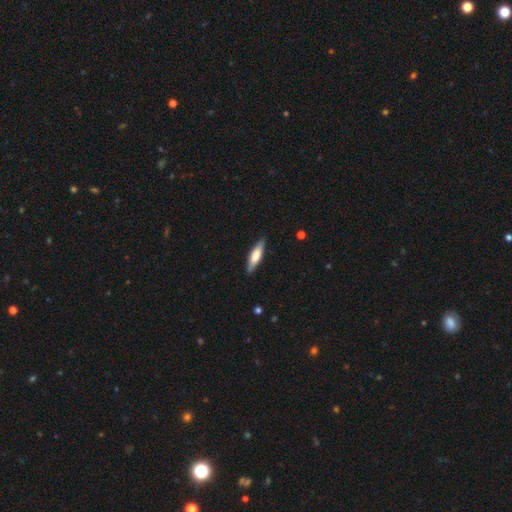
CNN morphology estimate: Overall: smooth (60%; featured or disk 35%). How rounded: cigar-shaped (70%). Merging: none (87%).